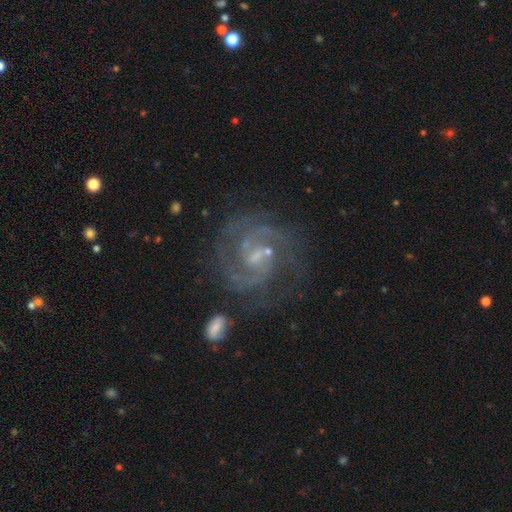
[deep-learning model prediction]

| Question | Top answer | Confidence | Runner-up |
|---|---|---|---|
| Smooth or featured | featured or disk | 89% | star or artifact (6%) |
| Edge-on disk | no | 98% | yes (2%) |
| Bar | weak | 56% | no (28%) |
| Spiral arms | yes | 97% | no (3%) |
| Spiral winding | medium | 48% | tight (43%) |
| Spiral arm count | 2 | 68% | can't tell (11%) |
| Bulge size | small | 56% | none (21%) |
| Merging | none | 66% | minor disturbance (16%) |